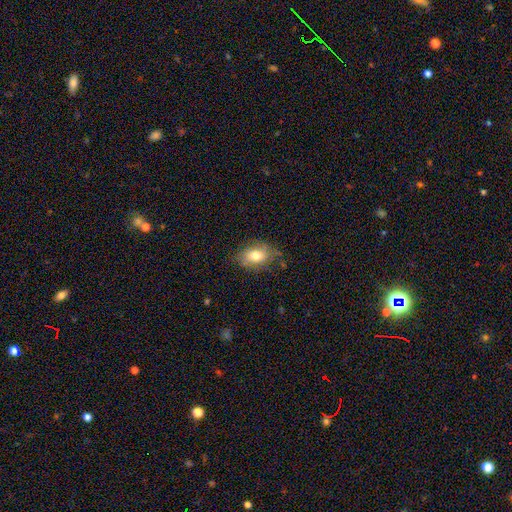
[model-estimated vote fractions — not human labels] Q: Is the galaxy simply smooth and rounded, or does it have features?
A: smooth — 75%.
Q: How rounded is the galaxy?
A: in between — 79%.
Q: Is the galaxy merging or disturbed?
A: none — 71%.